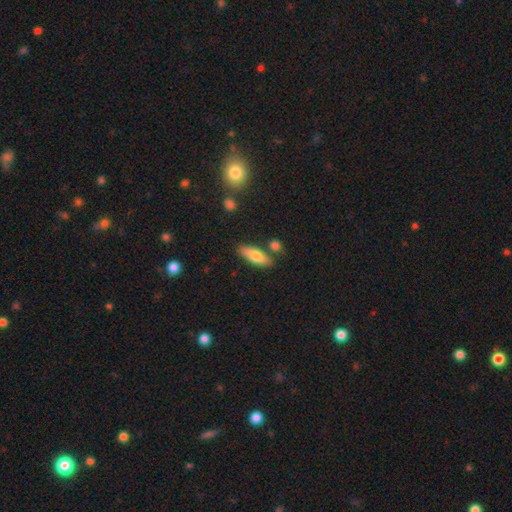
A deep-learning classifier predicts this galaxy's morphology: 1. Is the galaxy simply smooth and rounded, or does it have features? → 78% smooth, 16% featured or disk, 6% star or artifact.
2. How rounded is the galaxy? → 60% in between, 37% cigar-shaped, 3% round.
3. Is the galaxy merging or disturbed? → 76% none, 13% minor disturbance, 8% merger, 3% major disturbance.